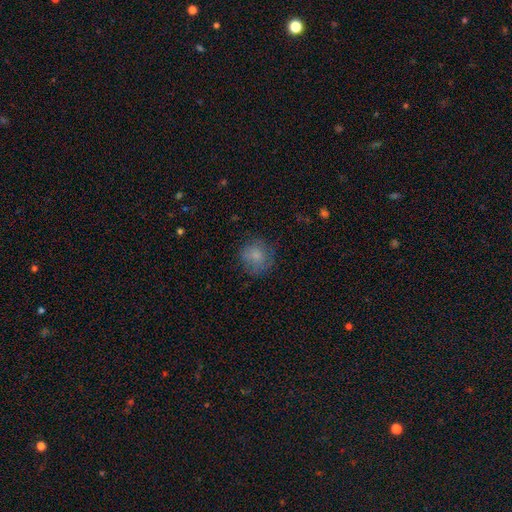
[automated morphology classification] This appears to be a smooth galaxy with no disk features (79%) that is round (88%). Merging: none (73%).